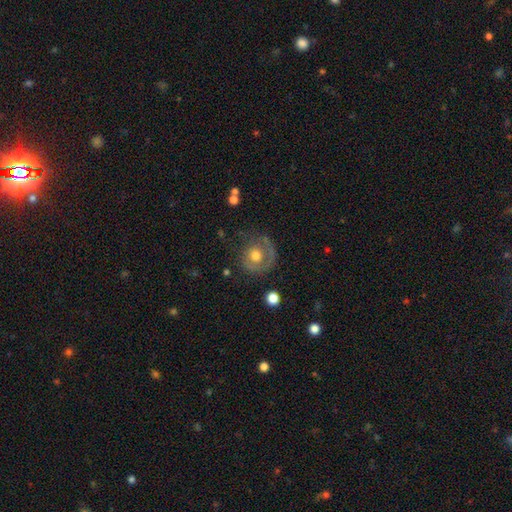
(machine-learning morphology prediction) A featured or disk galaxy (46%). Merging: none (60%).